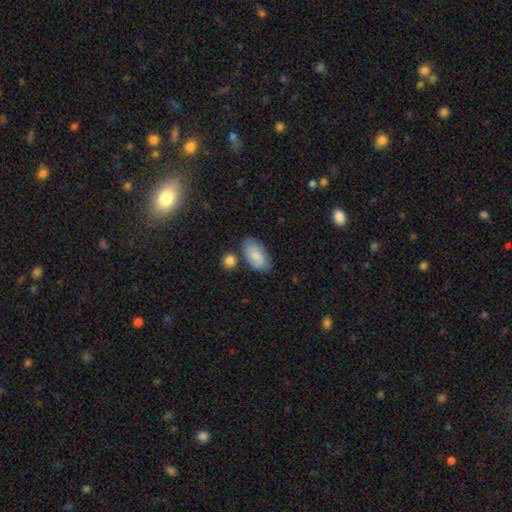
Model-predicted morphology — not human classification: type=smooth (79%); roundness=in between (94%); merging=none (67%).